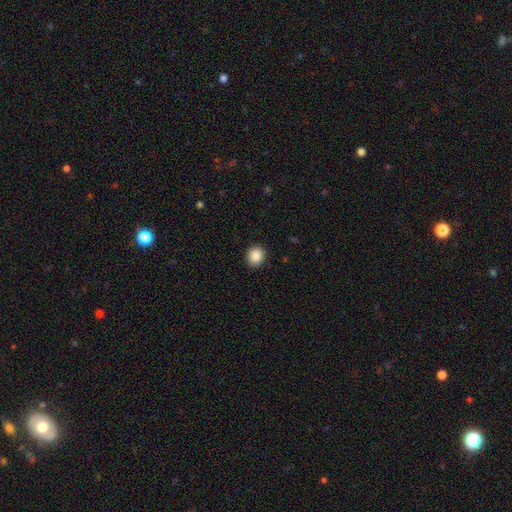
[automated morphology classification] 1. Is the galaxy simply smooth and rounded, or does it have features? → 87% smooth, 9% star or artifact, 4% featured or disk.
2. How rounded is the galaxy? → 70% round, 29% in between, 1% cigar-shaped.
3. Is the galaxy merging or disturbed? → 92% none, 6% minor disturbance, 2% major disturbance, 1% merger.